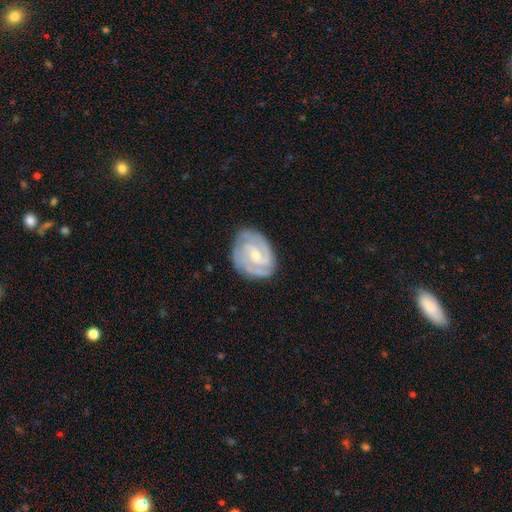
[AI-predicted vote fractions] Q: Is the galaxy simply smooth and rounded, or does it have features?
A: featured or disk — 87%.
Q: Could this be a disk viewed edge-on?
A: no — 98%.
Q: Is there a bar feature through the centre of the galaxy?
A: weak — 47%.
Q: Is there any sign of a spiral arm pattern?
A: yes — 97%.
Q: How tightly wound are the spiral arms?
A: tight — 60%.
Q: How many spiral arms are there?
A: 2 — 45%.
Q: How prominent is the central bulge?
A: small — 60%.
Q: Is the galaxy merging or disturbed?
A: none — 80%.